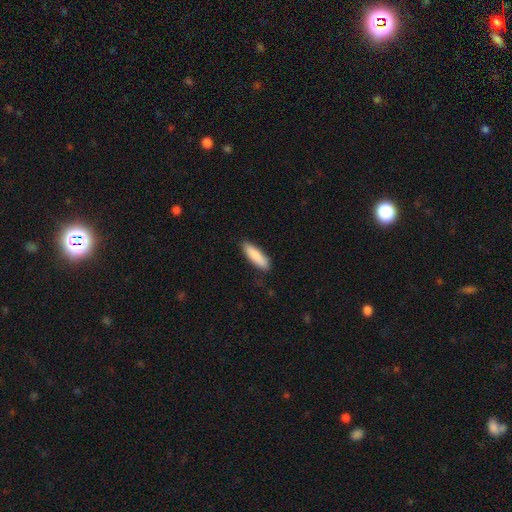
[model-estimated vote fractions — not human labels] A smooth galaxy with no disk features (88%) that is cigar-shaped (60%). Merging: none (84%).